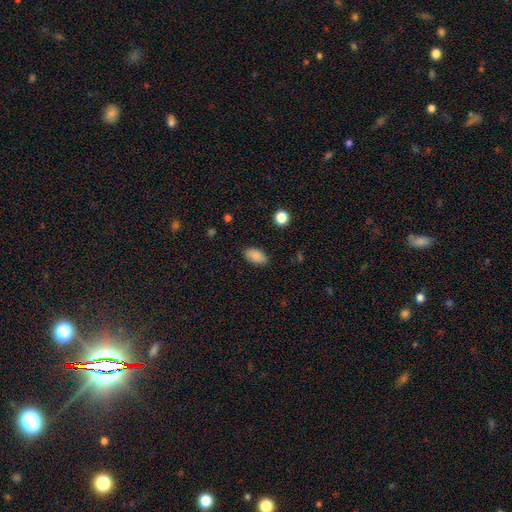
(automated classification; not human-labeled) smooth_or_featured: smooth (p=0.87) [alt: star or artifact p=0.08]
how_rounded: in between (p=0.92) [alt: round p=0.05]
merging: none (p=0.84) [alt: minor disturbance p=0.12]